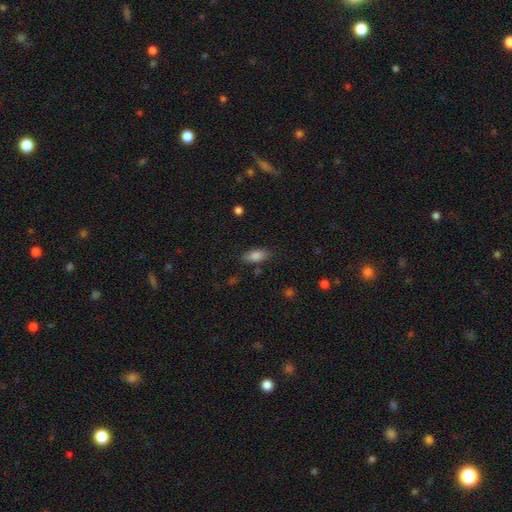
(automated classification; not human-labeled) Morphology: type=smooth (83%); roundness=in between (82%); merging=none (81%).